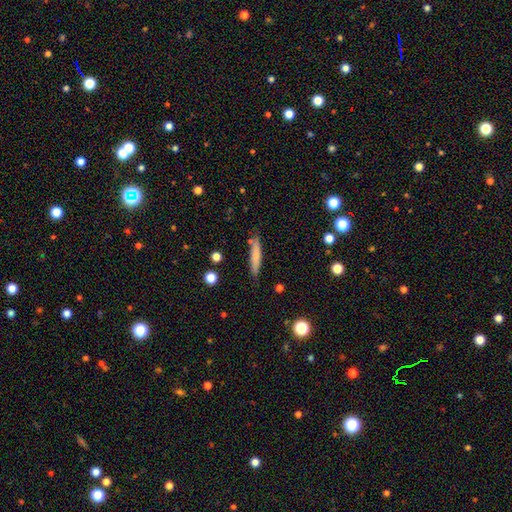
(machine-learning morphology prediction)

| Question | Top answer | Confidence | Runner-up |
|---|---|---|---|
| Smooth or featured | smooth | 72% | featured or disk (21%) |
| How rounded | cigar-shaped | 90% | in between (9%) |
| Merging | none | 81% | minor disturbance (13%) |